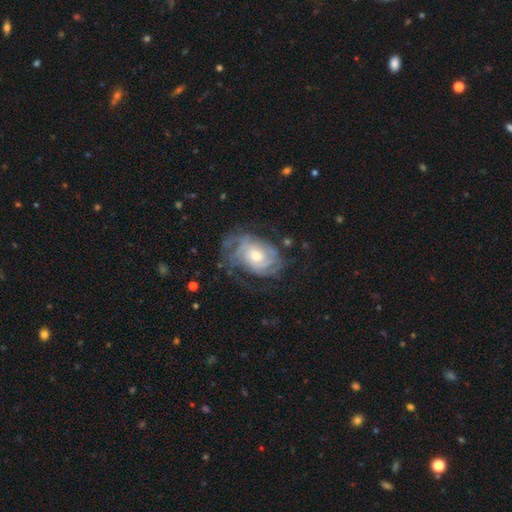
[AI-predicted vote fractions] This appears to be a featured or disk galaxy (81%) with no bar (75%), tight (62%) spiral arms (89%) and a moderate central bulge (65%). Merging: none (59%).